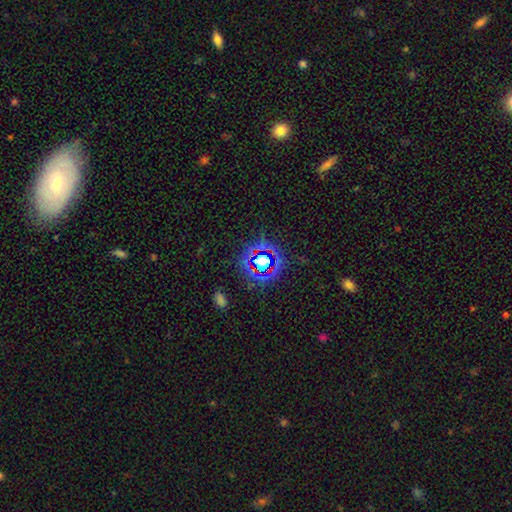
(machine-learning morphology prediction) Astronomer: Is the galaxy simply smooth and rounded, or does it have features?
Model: star or artifact — 75%.